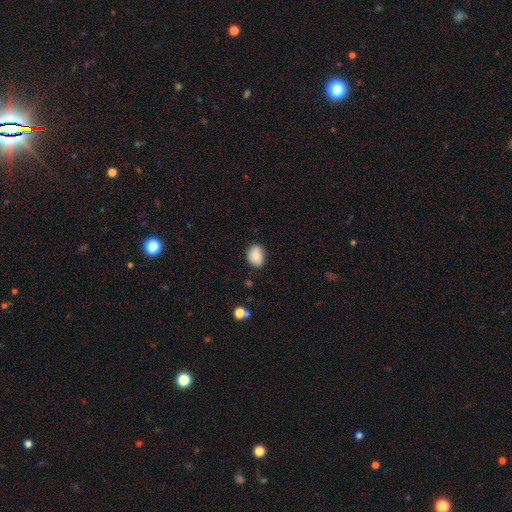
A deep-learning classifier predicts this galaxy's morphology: Overall: smooth (84%). How rounded: in between (65%; round 33%). Merging: none (74%).